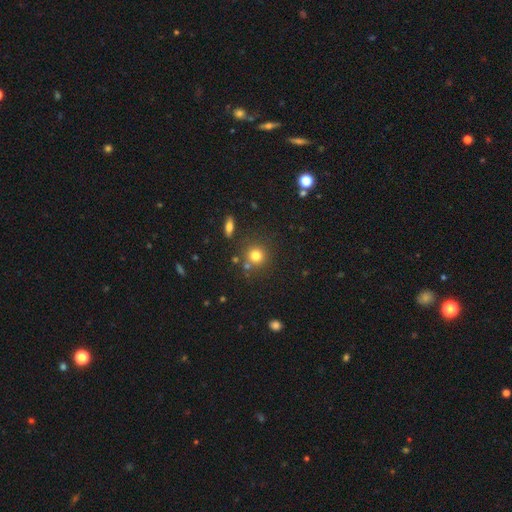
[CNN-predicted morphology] smooth 78%, star or artifact 14%, featured or disk 8%. Down the decision tree: how rounded — round (90%); merging — none (77%).